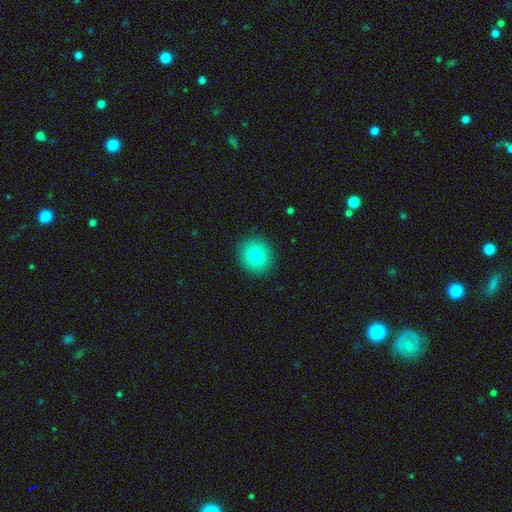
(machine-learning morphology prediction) The model was most divided on "smooth or featured": smooth: 80%, star or artifact: 10%, featured or disk: 10%. More confident: merging — none (90%); how rounded — round (86%).